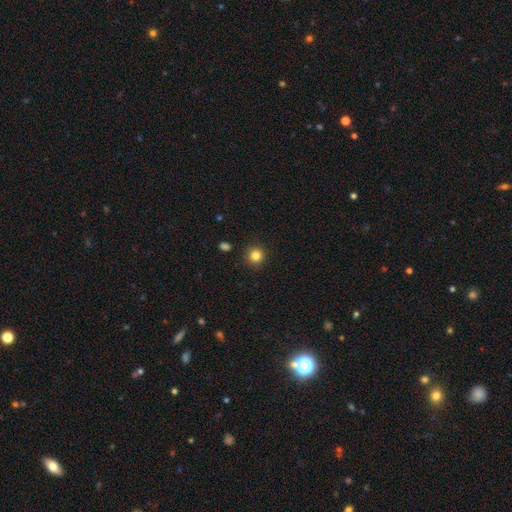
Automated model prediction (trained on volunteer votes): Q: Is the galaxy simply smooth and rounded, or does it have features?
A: smooth — 83%.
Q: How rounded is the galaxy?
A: round — 93%.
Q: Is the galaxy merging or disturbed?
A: none — 91%.